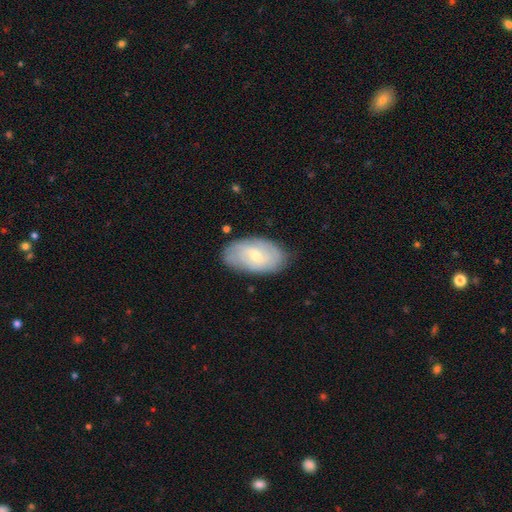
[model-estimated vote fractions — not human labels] A featured or disk galaxy (55%) with a weak bar (48%), spiral arms (72%) and a small central bulge (60%).

Vote fractions:
- Smooth or featured? featured or disk: 55% / smooth: 38% / star or artifact: 6%
- Edge-on disk? no: 92% / yes: 8%
- Bar? weak: 48% / no: 41% / strong: 10%
- Spiral arms? yes: 72% / no: 28%
- Bulge size? small: 60% / moderate: 36% / large: 1% / none: 1% / dominant: 1%
- Merging? none: 81% / minor disturbance: 15% / major disturbance: 3% / merger: 1%